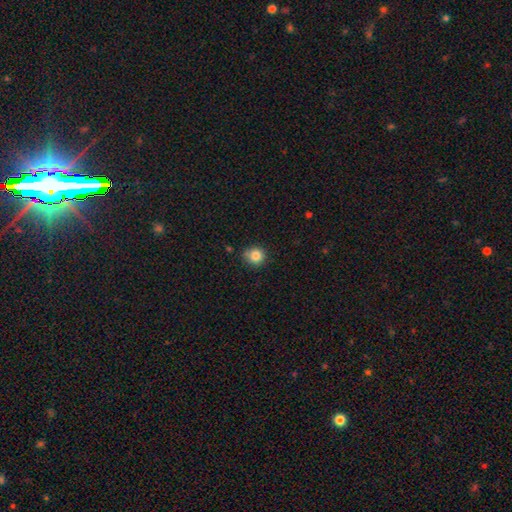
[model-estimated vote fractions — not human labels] The model was most divided on "merging": none: 76%, minor disturbance: 17%, merger: 4%, major disturbance: 3%. More confident: how rounded — round (91%); smooth or featured — smooth (84%).